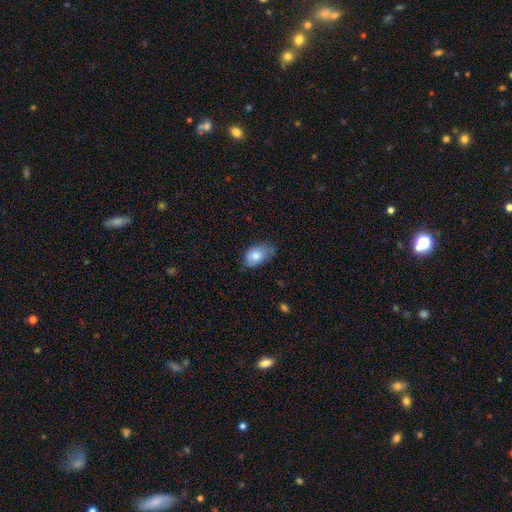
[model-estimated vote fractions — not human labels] Smooth or featured: smooth — 77% (featured or disk — 16%)
How rounded: in between — 90% (round — 9%)
Merging: none — 55% (minor disturbance — 35%)